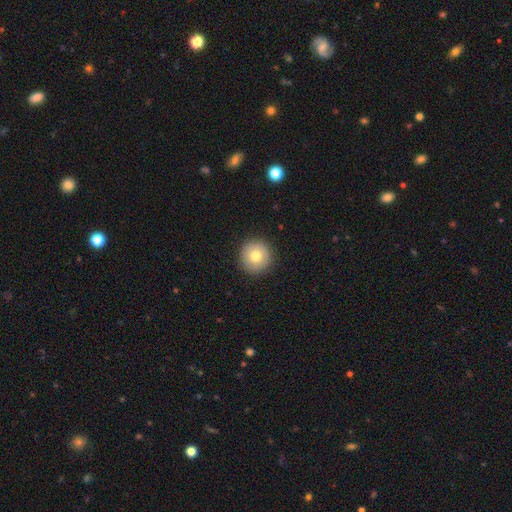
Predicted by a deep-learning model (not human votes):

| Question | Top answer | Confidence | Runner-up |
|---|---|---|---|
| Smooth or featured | smooth | 74% | featured or disk (16%) |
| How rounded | round | 96% | in between (3%) |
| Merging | none | 91% | minor disturbance (6%) |